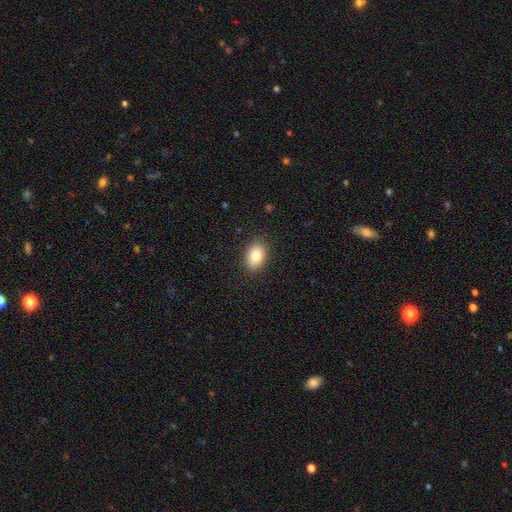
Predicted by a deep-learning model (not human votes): Q: Smooth or featured?
A: smooth (85%); runner-up: star or artifact (8%)
Q: How rounded?
A: in between (82%); runner-up: round (17%)
Q: Merging?
A: none (88%); runner-up: minor disturbance (9%)